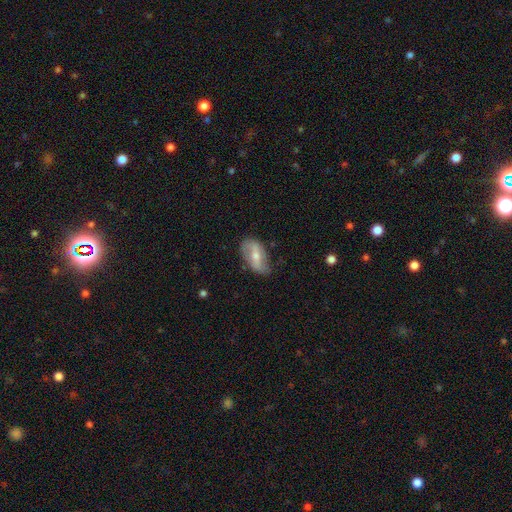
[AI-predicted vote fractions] Smooth or featured? Predicted: featured or disk (p=0.61). Edge-on disk? Predicted: no (p=0.91). Bar? Predicted: strong (p=0.39). Spiral arms? Predicted: yes (p=0.72). Bulge size? Predicted: moderate (p=0.52). Merging? Predicted: none (p=0.67).